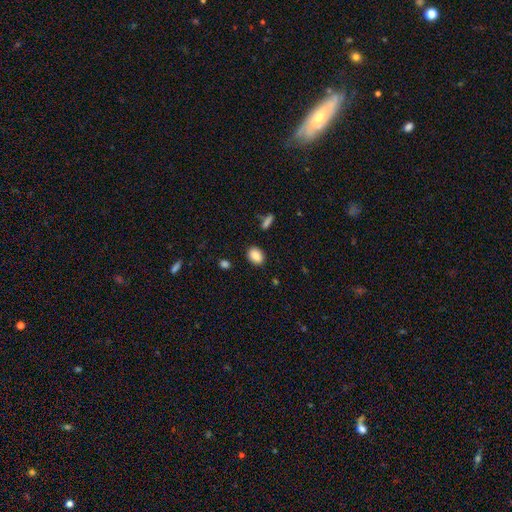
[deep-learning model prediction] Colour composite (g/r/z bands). It shows a smooth galaxy with no disk features (87%) that is in between round and cigar-shaped (67%). Merging: none (87%).